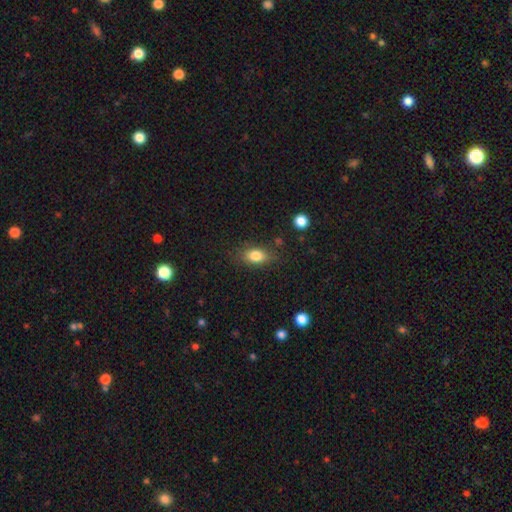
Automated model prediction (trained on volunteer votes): This appears to be a smooth galaxy with no disk features (81%) that is in between round and cigar-shaped (81%). Merging: none (77%).